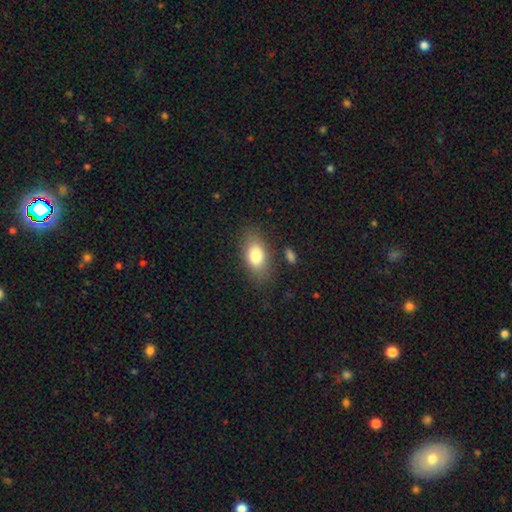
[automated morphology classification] Smooth or featured: smooth — 79% (featured or disk — 13%)
How rounded: in between — 89% (round — 7%)
Merging: none — 79% (minor disturbance — 14%)